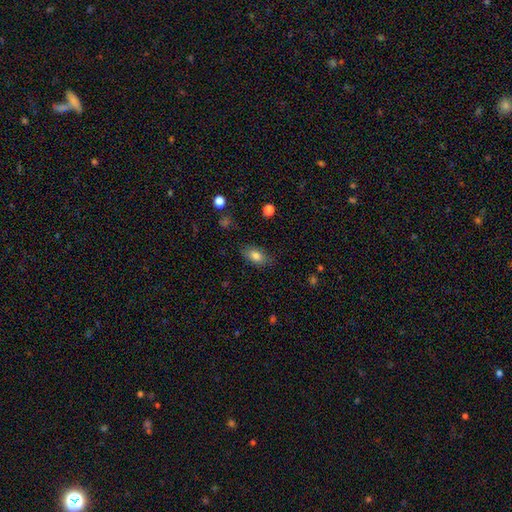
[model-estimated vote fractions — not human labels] A smooth galaxy with no disk features (81%) that is in between round and cigar-shaped (88%). Merging: none (80%).